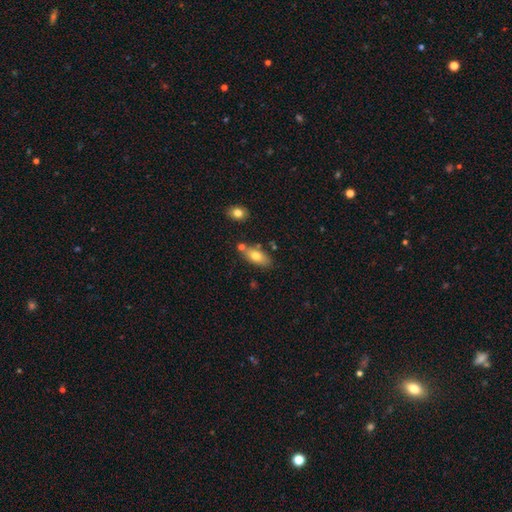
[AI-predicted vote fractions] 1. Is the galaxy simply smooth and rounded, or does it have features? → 75% smooth, 17% featured or disk, 8% star or artifact.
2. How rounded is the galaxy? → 86% in between, 10% cigar-shaped, 4% round.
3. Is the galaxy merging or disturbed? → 70% none, 15% minor disturbance, 12% merger, 3% major disturbance.